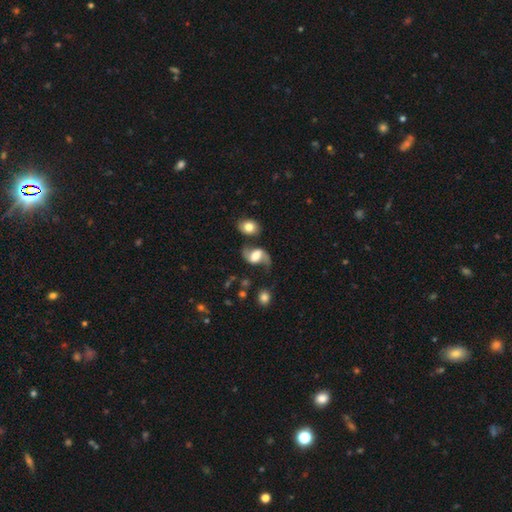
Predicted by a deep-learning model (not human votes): Smooth or featured: featured or disk — 66% (smooth — 27%)
Edge-on disk: no — 96% (yes — 4%)
Bar: weak — 43% (no — 32%)
Spiral arms: yes — 88% (no — 12%)
Spiral winding: loose — 65% (medium — 28%)
Spiral arm count: 2 — 89% (1 — 5%)
Bulge size: large — 40% (moderate — 38%)
Merging: none — 55% (minor disturbance — 20%)